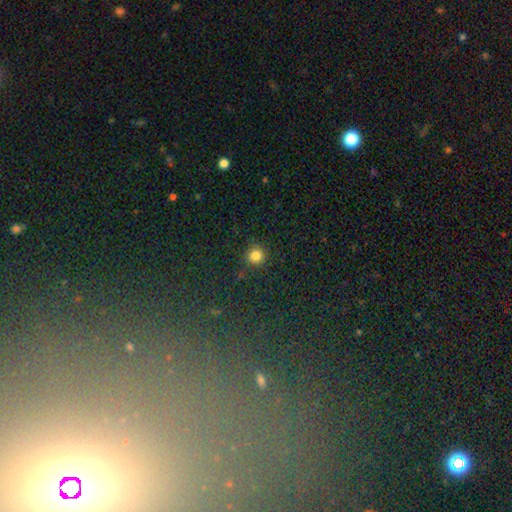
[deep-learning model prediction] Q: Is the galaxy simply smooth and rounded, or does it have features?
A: smooth — 82%.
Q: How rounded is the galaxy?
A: round — 93%.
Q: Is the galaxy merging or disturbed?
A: none — 88%.